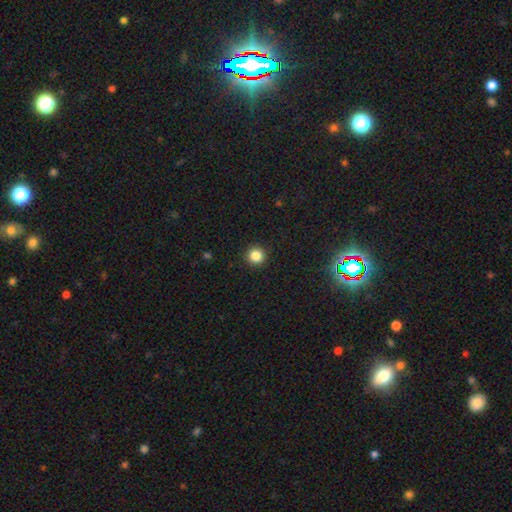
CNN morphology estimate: A smooth galaxy with no disk features (84%) that is round (96%). Merging: none (93%).